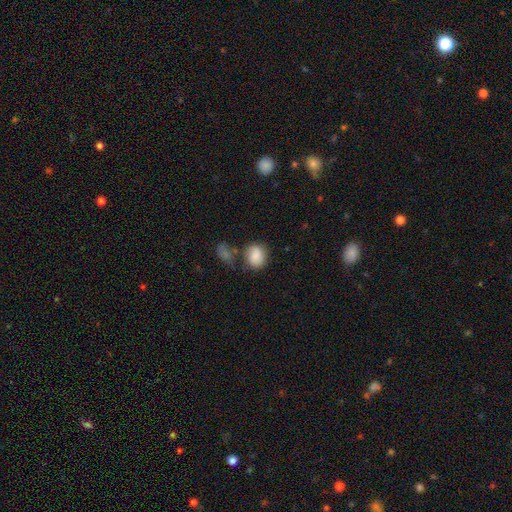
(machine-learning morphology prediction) This appears to be a smooth galaxy with no disk features (83%) that is in between round and cigar-shaped (51%). Merging: none (55%).